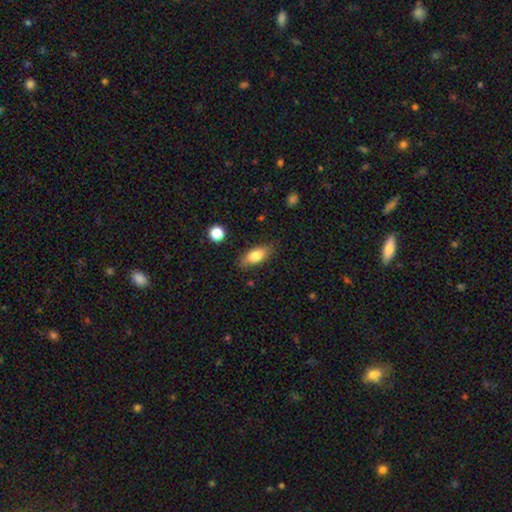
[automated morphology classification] smooth_or_featured: smooth (p=0.78) [alt: featured or disk p=0.14]
how_rounded: in between (p=0.81) [alt: cigar-shaped p=0.15]
merging: none (p=0.82) [alt: minor disturbance p=0.14]